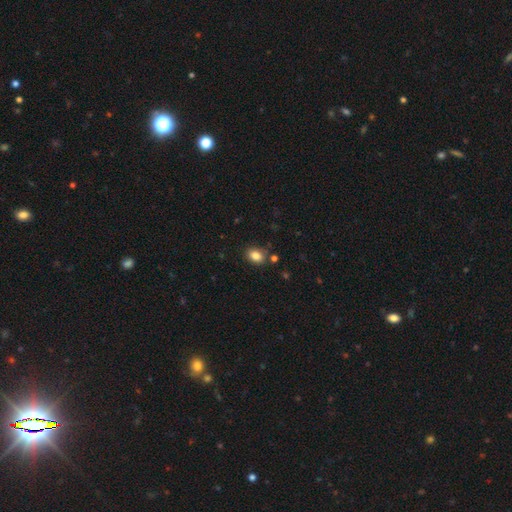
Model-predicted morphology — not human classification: Smooth or featured? Predicted: smooth (p=0.85). How rounded? Predicted: in between (p=0.71). Merging? Predicted: none (p=0.82).